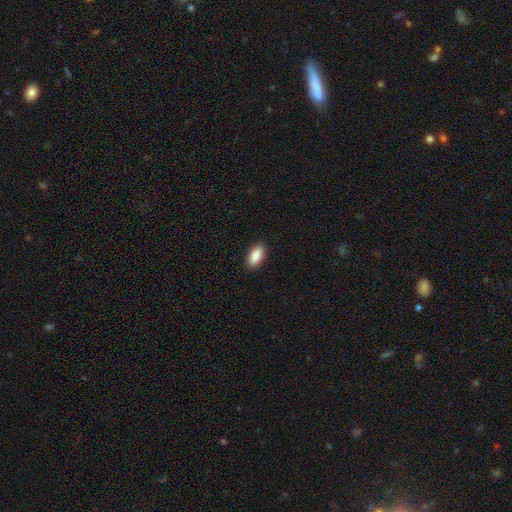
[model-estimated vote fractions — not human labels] smooth 89%, star or artifact 6%, featured or disk 4%. Down the decision tree: how rounded — in between (94%); merging — none (90%).